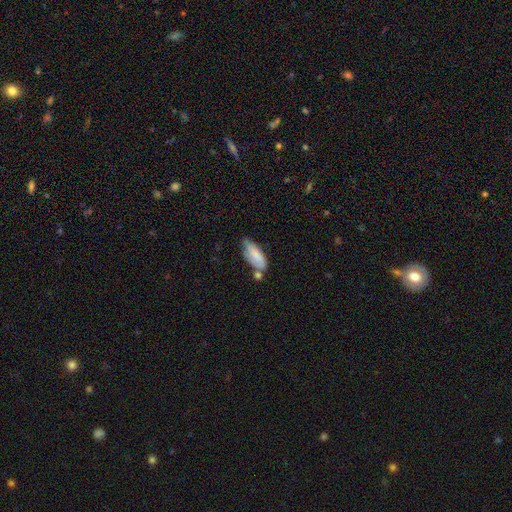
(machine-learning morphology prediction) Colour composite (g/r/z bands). It shows a smooth galaxy with no disk features (72%) that is in between round and cigar-shaped (74%). Merging: none (37%).